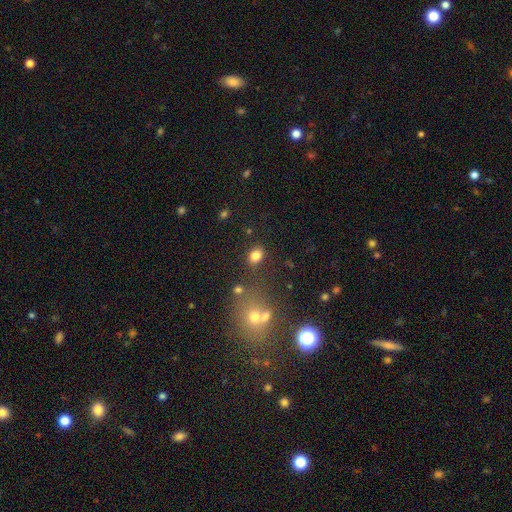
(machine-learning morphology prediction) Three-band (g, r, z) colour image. It shows a smooth galaxy with no disk features (81%) that is in between round and cigar-shaped (61%). Merging: none (80%).